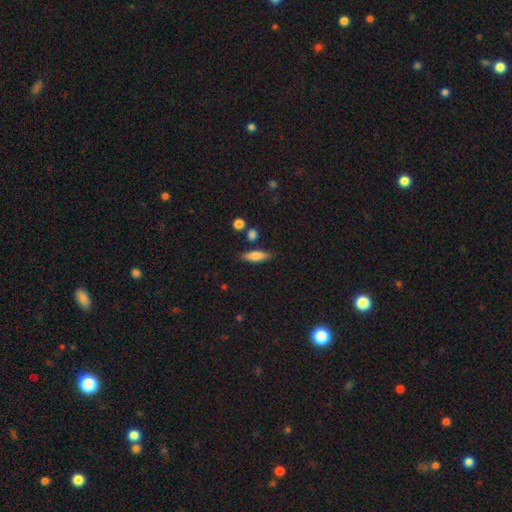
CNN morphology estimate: Smooth or featured? smooth (72%)
How rounded? cigar-shaped (59%)
Merging? none (81%)